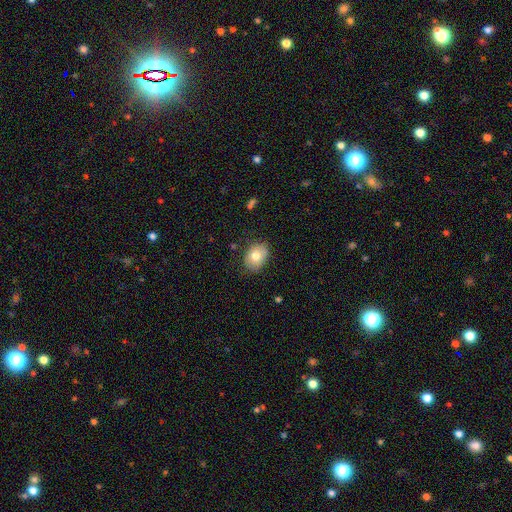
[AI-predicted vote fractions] smooth-or-featured: smooth: 76% | featured or disk: 16% | star or artifact: 8%
  how-rounded: in between: 68% | round: 31% | cigar-shaped: 1%
  merging: none: 79% | minor disturbance: 17% | major disturbance: 3% | merger: 1%